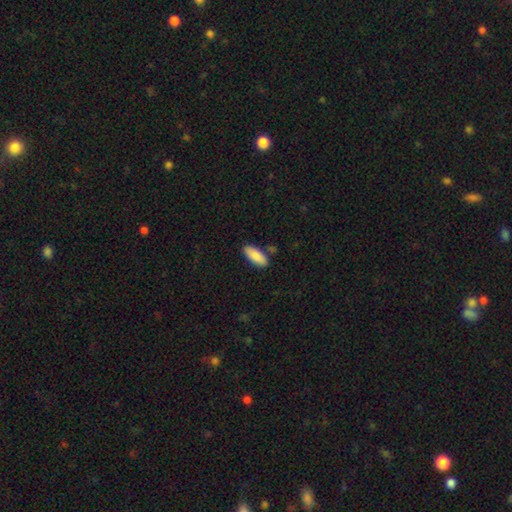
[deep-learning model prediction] Smooth or featured? smooth (88%)
How rounded? in between (82%)
Merging? none (82%)